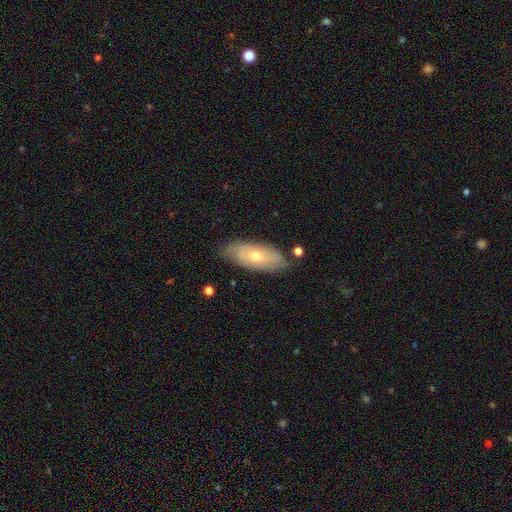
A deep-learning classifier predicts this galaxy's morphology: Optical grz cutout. It shows a smooth galaxy with no disk features (49%). Merging: none (75%).